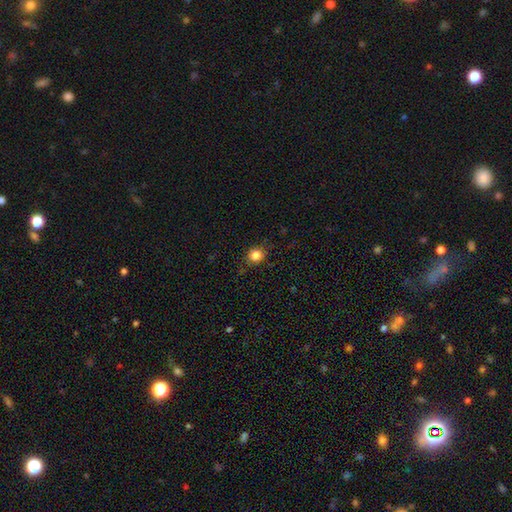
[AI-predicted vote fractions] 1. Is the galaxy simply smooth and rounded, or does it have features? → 84% smooth, 11% star or artifact, 5% featured or disk.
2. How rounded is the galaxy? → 75% round, 24% in between, 1% cigar-shaped.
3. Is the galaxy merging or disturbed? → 82% none, 13% minor disturbance, 3% major disturbance, 1% merger.